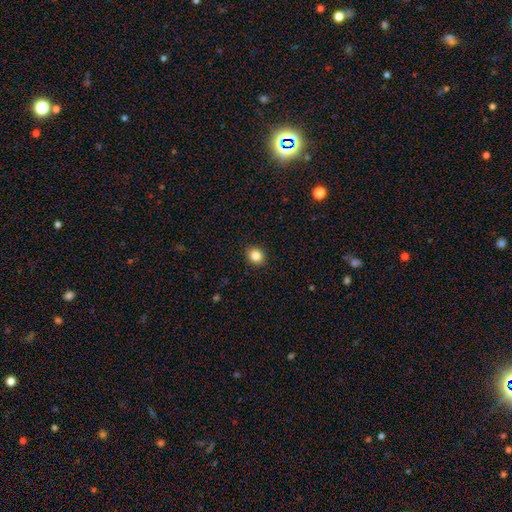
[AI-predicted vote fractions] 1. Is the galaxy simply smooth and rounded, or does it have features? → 85% smooth, 10% star or artifact, 5% featured or disk.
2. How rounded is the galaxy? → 70% round, 29% in between, 1% cigar-shaped.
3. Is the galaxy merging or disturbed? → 91% none, 6% minor disturbance, 2% major disturbance, 1% merger.